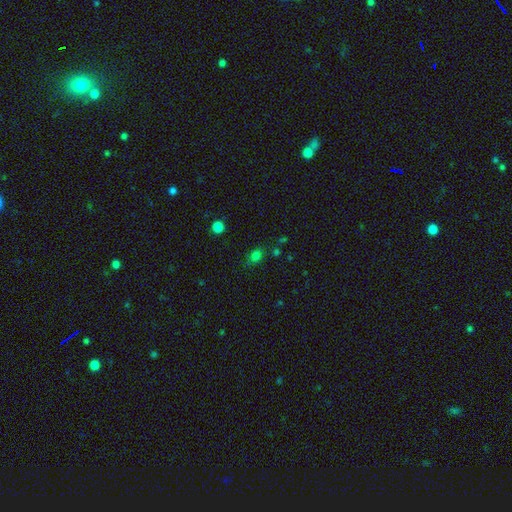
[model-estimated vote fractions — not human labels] Overall: smooth (75%). How rounded: in between (51%; round 47%). Merging: none (74%).